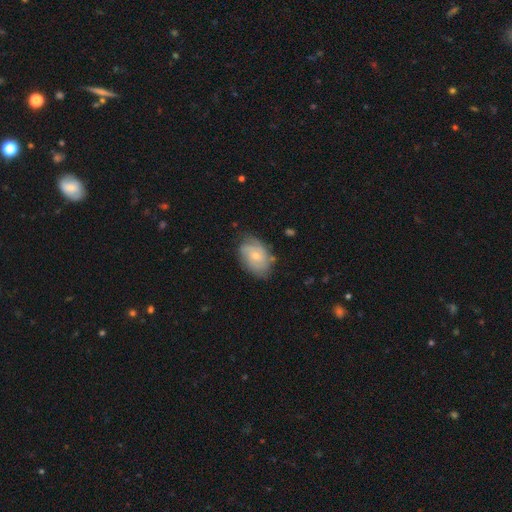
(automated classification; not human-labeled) Smooth or featured: featured or disk — 64% (smooth — 29%)
Edge-on disk: no — 96% (yes — 4%)
Bar: no — 72% (weak — 24%)
Spiral arms: yes — 88% (no — 12%)
Spiral winding: tight — 51% (medium — 35%)
Spiral arm count: can't tell — 36% (2 — 29%)
Bulge size: small — 61% (moderate — 35%)
Merging: none — 70% (minor disturbance — 22%)